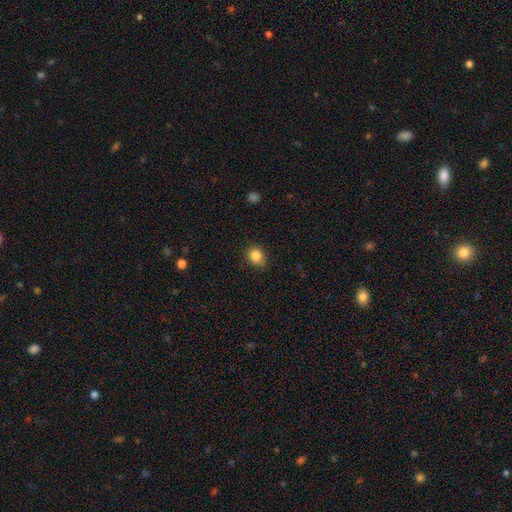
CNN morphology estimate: This is clearly a smooth galaxy (85%). How rounded: likely round (62%). Merging: likely none (73%).